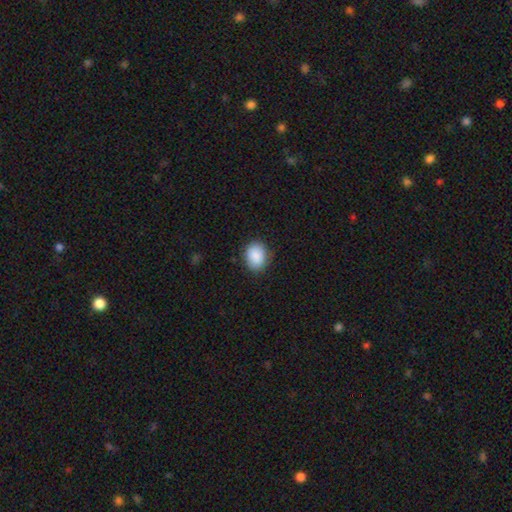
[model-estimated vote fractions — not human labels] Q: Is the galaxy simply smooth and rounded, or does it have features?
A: smooth — 89%.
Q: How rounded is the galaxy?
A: in between — 54%.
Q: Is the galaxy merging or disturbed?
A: none — 82%.